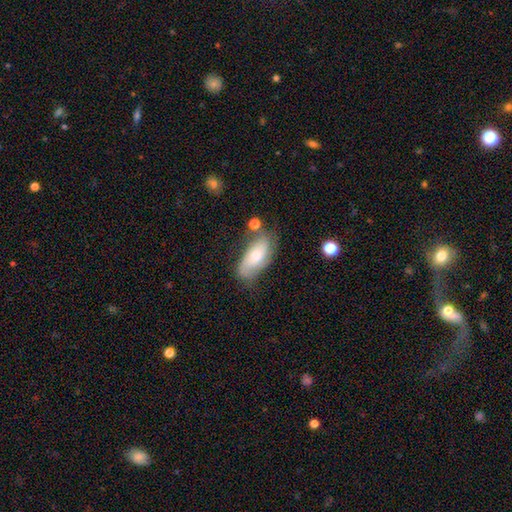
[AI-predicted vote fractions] Morphology: type=smooth (52%); roundness=in between (84%); merging=none (54%).